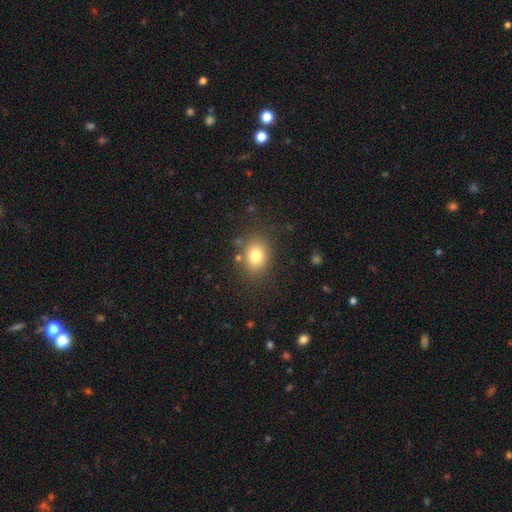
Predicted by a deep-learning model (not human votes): This is likely a smooth galaxy (78%). How rounded: possibly round (55%). Merging: clearly none (82%).